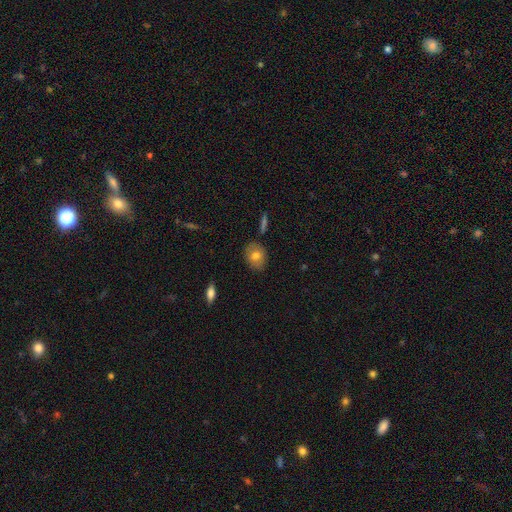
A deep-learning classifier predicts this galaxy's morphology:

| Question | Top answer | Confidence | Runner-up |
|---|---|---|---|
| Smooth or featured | smooth | 72% | featured or disk (20%) |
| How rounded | in between | 54% | round (44%) |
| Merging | none | 84% | minor disturbance (12%) |